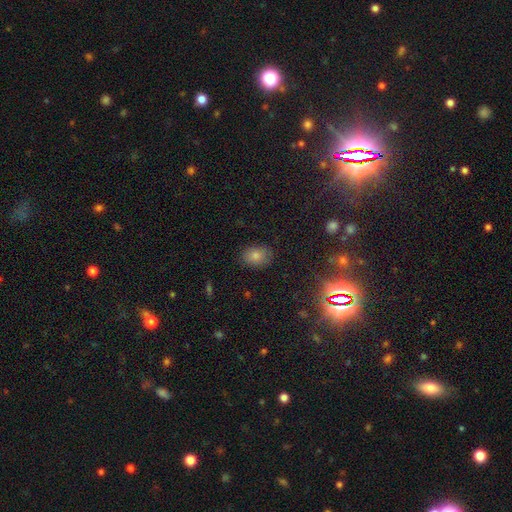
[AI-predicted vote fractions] The model was most divided on "how rounded": in between: 70%, round: 29%, cigar-shaped: 1%. More confident: merging — none (83%); smooth or featured — smooth (79%).